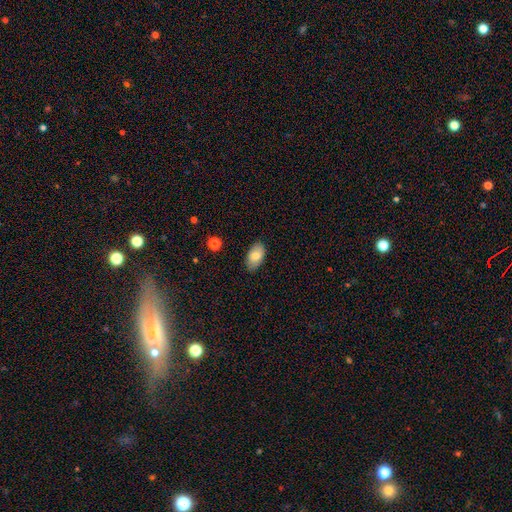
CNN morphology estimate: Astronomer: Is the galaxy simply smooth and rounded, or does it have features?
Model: smooth — 80%.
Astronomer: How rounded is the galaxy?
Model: in between — 93%.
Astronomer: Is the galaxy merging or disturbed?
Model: none — 84%.